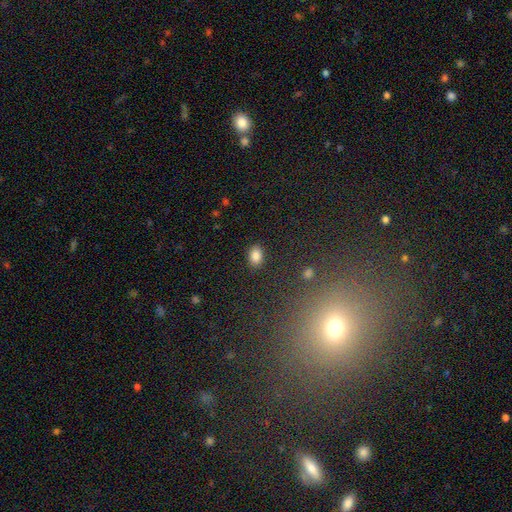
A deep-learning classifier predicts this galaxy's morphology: Smooth or featured?
  - smooth: 85% *
  - star or artifact: 10%
  - featured or disk: 6%
How rounded?
  - in between: 77% *
  - round: 21%
  - cigar-shaped: 1%
Merging?
  - none: 87% *
  - minor disturbance: 9%
  - major disturbance: 3%
  - merger: 2%